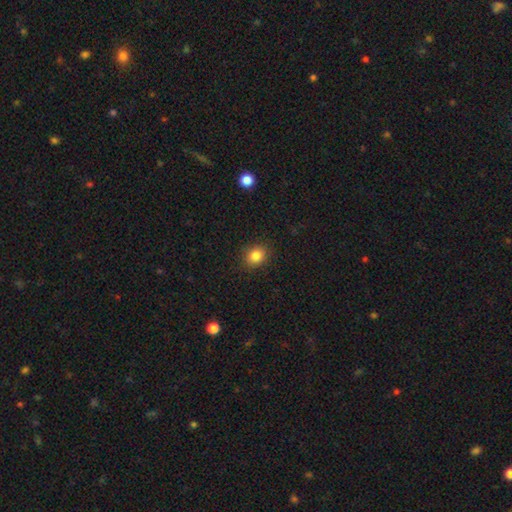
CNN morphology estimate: A smooth galaxy with no disk features (84%) that is round (62%).

Vote fractions:
- Smooth or featured? smooth: 84% / star or artifact: 11% / featured or disk: 5%
- How rounded? round: 62% / in between: 37% / cigar-shaped: 1%
- Merging? none: 89% / minor disturbance: 8% / major disturbance: 2% / merger: 1%